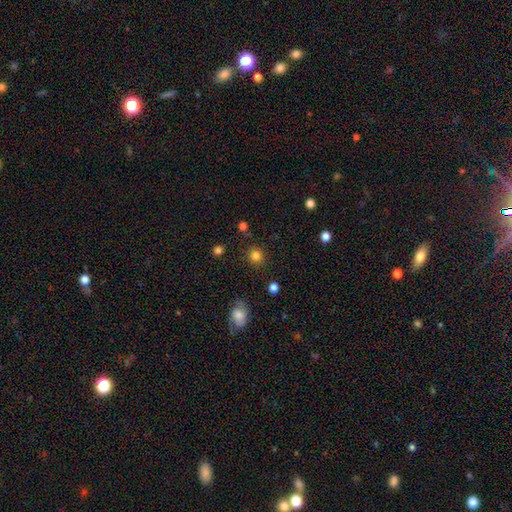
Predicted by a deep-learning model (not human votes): smooth_or_featured: smooth (p=0.82) [alt: star or artifact p=0.13]
how_rounded: round (p=0.92) [alt: in between p=0.08]
merging: none (p=0.88) [alt: minor disturbance p=0.07]